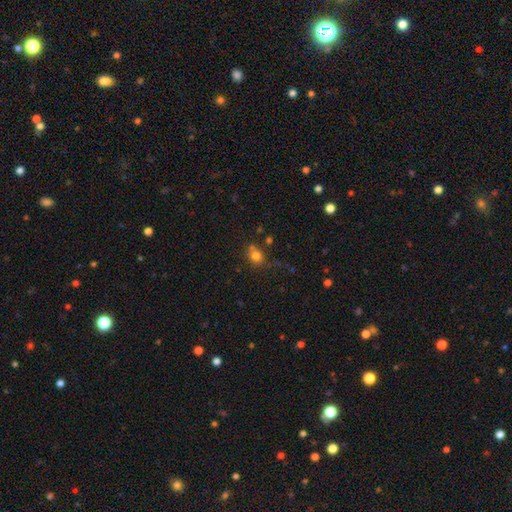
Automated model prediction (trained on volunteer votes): smooth-or-featured: smooth: 76% | star or artifact: 15% | featured or disk: 9%
  how-rounded: round: 76% | in between: 23% | cigar-shaped: 1%
  merging: none: 58% | merger: 21% | minor disturbance: 15% | major disturbance: 6%